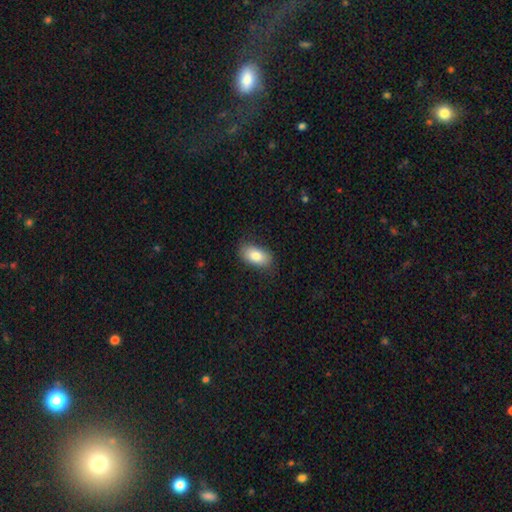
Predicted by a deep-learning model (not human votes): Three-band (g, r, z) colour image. It shows a smooth galaxy with no disk features (84%) that is in between round and cigar-shaped (92%). Merging: none (82%).